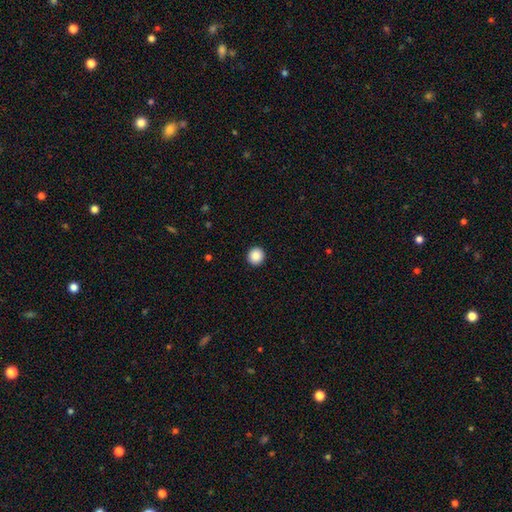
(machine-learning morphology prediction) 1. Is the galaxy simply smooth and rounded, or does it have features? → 89% smooth, 9% star or artifact, 3% featured or disk.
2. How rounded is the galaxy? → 94% round, 5% in between, 1% cigar-shaped.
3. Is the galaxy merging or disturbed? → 94% none, 4% minor disturbance, 1% major disturbance, 1% merger.